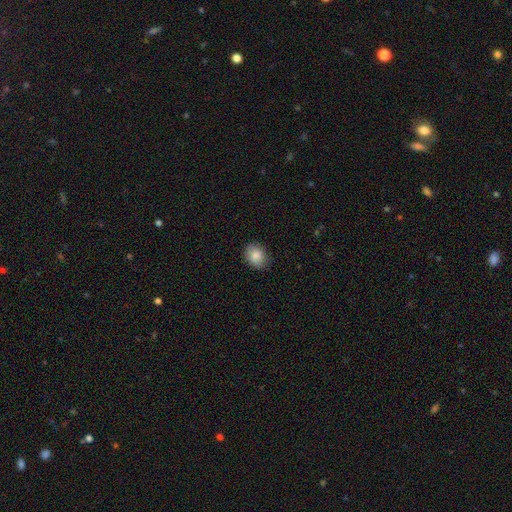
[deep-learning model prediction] Morphology: type=smooth (85%); roundness=in between (51%); merging=none (83%).